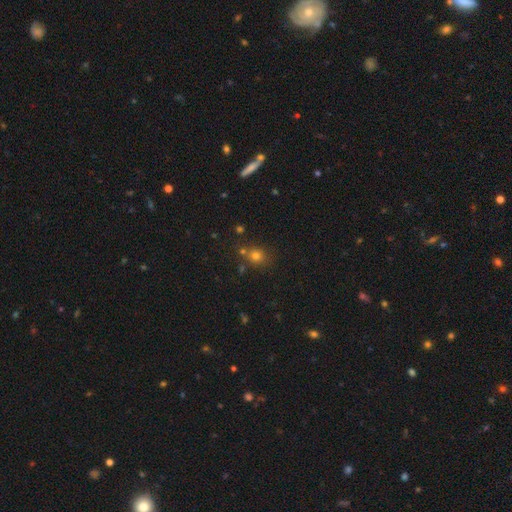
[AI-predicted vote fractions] Smooth or featured? Predicted: smooth (p=0.71). How rounded? Predicted: round (p=0.80). Merging? Predicted: none (p=0.69).